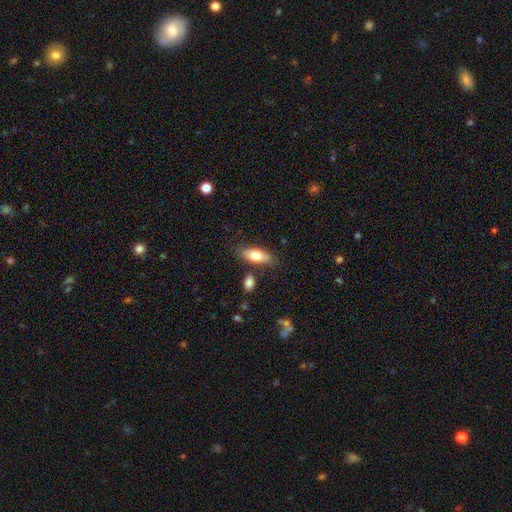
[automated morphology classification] Smooth or featured?
  - smooth: 76% *
  - featured or disk: 18%
  - star or artifact: 6%
How rounded?
  - in between: 81% *
  - cigar-shaped: 15%
  - round: 3%
Merging?
  - none: 77% *
  - minor disturbance: 14%
  - merger: 6%
  - major disturbance: 3%